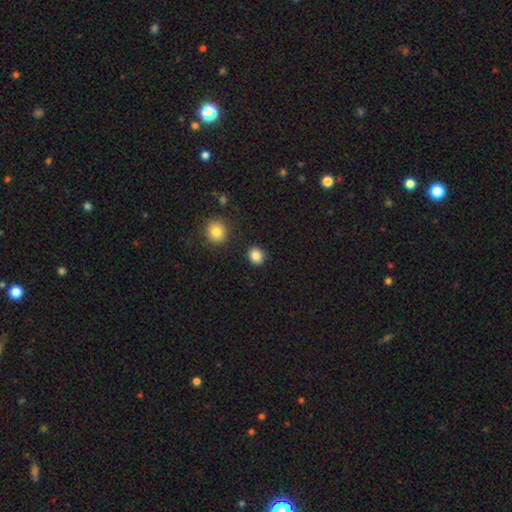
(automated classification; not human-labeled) Smooth or featured? Predicted: smooth (p=0.86). How rounded? Predicted: round (p=0.78). Merging? Predicted: none (p=0.89).